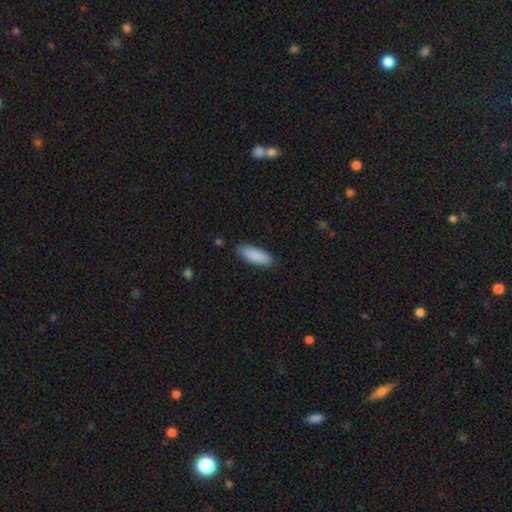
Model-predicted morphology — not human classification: smooth 89%, star or artifact 6%, featured or disk 5%. Down the decision tree: how rounded — in between (68%); merging — none (84%).